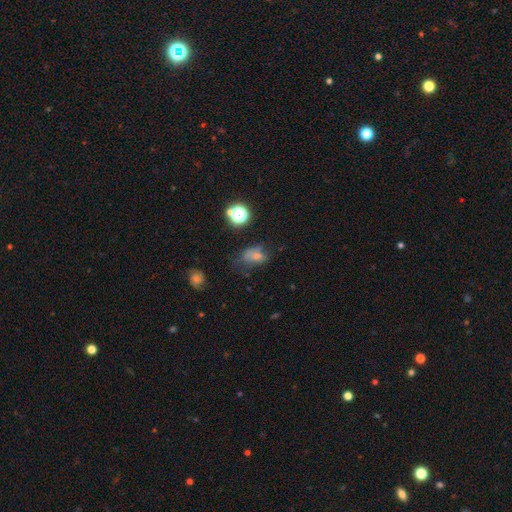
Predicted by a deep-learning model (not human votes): Morphology: type=smooth (55%); roundness=in between (73%); merging=none (48%).